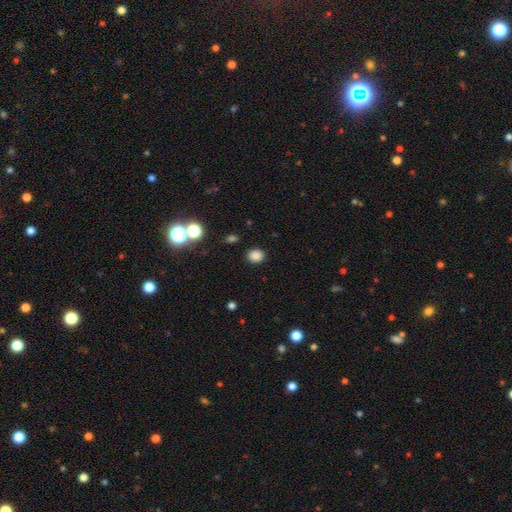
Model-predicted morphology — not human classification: This is clearly a smooth galaxy (85%). How rounded: possibly round (57%). Merging: clearly none (89%).